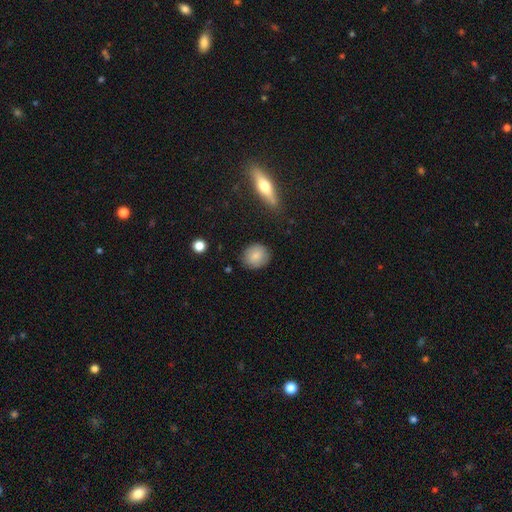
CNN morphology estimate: smooth-or-featured: smooth: 82% | featured or disk: 10% | star or artifact: 8%
  how-rounded: round: 81% | in between: 17% | cigar-shaped: 1%
  merging: none: 86% | minor disturbance: 9% | major disturbance: 3% | merger: 2%